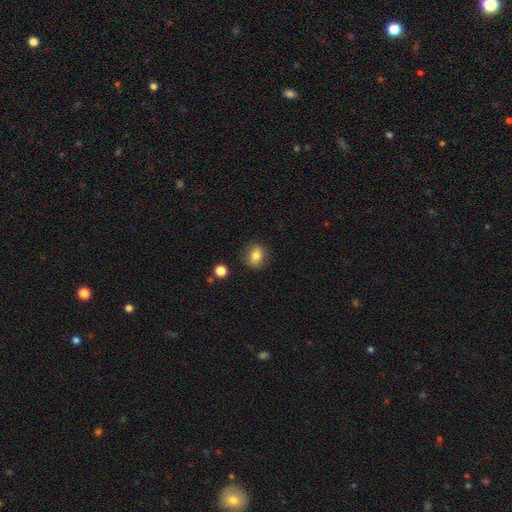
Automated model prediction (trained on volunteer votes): Smooth or featured?
  - smooth: 80% *
  - featured or disk: 11%
  - star or artifact: 9%
How rounded?
  - round: 56% *
  - in between: 42%
  - cigar-shaped: 2%
Merging?
  - none: 85% *
  - minor disturbance: 10%
  - major disturbance: 3%
  - merger: 2%